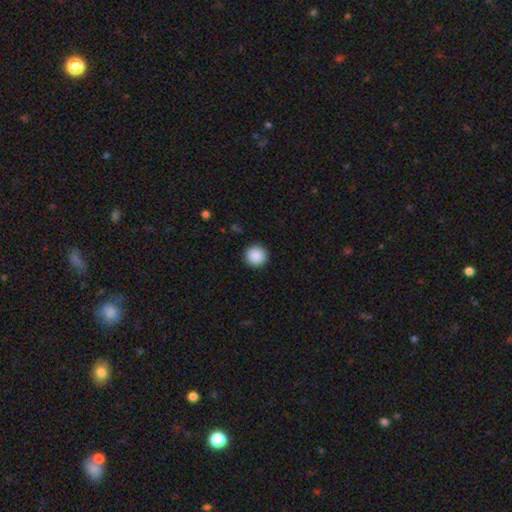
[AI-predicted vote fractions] The model was most divided on "smooth or featured": smooth: 90%, star or artifact: 8%, featured or disk: 2%. More confident: how rounded — round (95%); merging — none (92%).